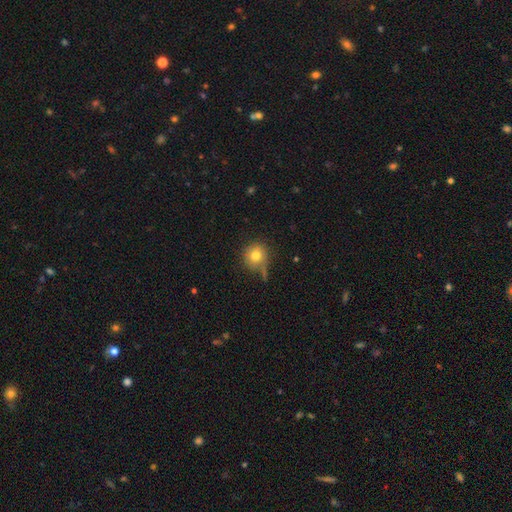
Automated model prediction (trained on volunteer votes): Smooth or featured? smooth (77%)
How rounded? round (90%)
Merging? none (66%)